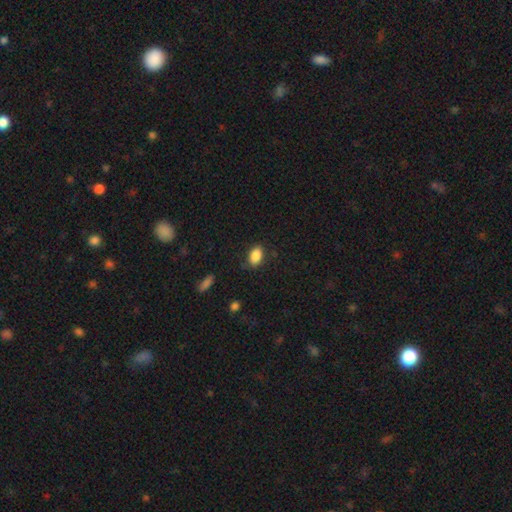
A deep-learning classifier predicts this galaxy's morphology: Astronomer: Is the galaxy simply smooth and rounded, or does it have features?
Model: smooth — 87%.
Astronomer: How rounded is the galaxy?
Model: in between — 87%.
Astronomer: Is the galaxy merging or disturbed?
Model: none — 80%.